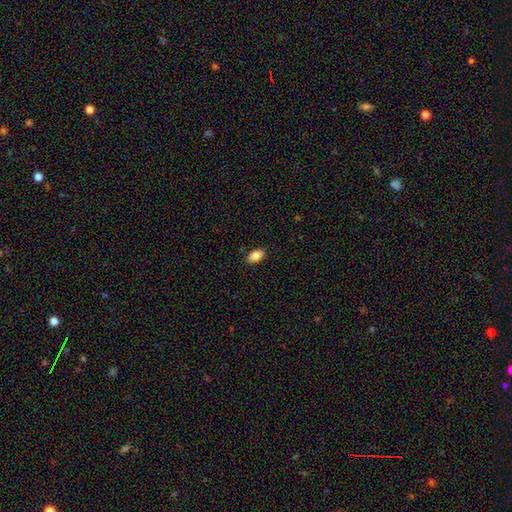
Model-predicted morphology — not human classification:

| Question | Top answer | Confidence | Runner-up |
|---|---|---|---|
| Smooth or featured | smooth | 83% | featured or disk (9%) |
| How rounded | in between | 92% | cigar-shaped (4%) |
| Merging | none | 88% | minor disturbance (9%) |